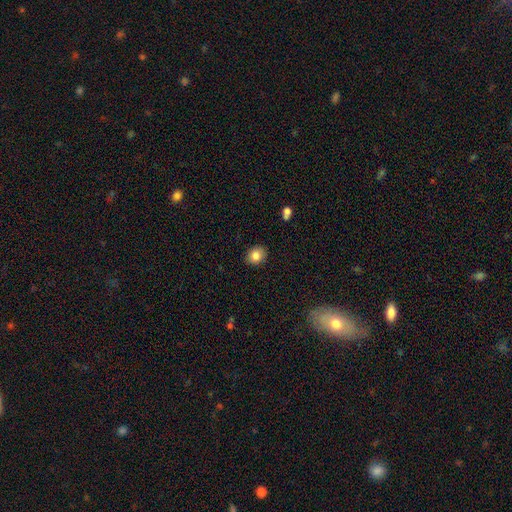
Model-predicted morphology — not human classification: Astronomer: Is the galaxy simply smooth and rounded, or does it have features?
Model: smooth — 84%.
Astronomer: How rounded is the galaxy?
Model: round — 57% (runner-up: in between, 42%).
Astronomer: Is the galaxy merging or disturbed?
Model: none — 88%.